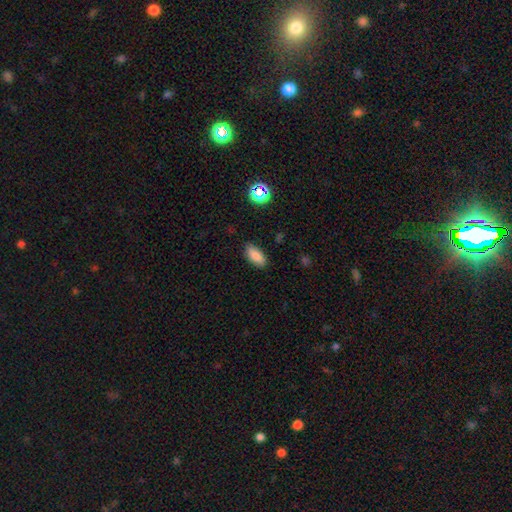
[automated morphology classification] This is clearly a smooth galaxy (84%). How rounded: clearly in between (88%). Merging: clearly none (86%).